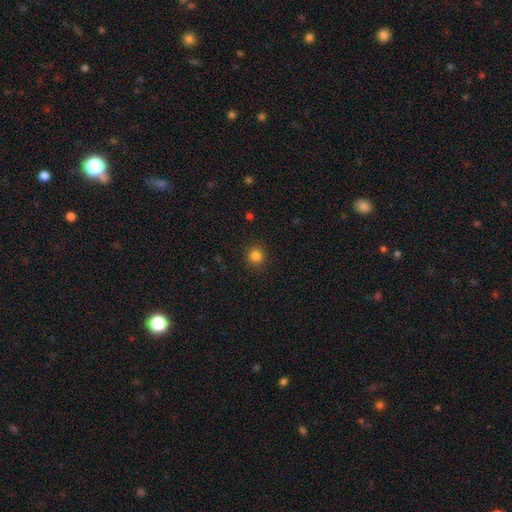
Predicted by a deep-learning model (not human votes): Morphology: type=smooth (83%); roundness=round (93%); merging=none (90%).